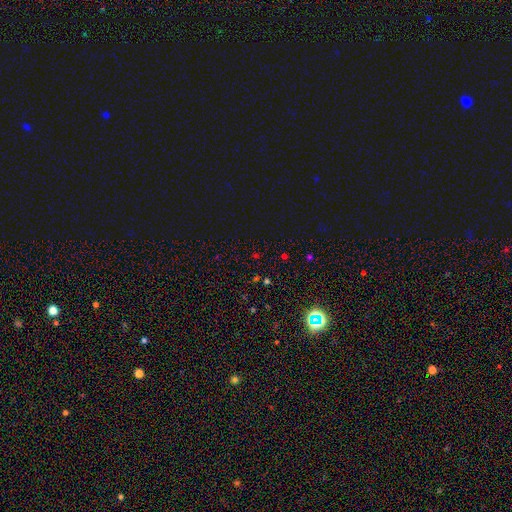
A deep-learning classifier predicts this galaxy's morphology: Q: Smooth or featured?
A: star or artifact (68%); runner-up: smooth (25%)